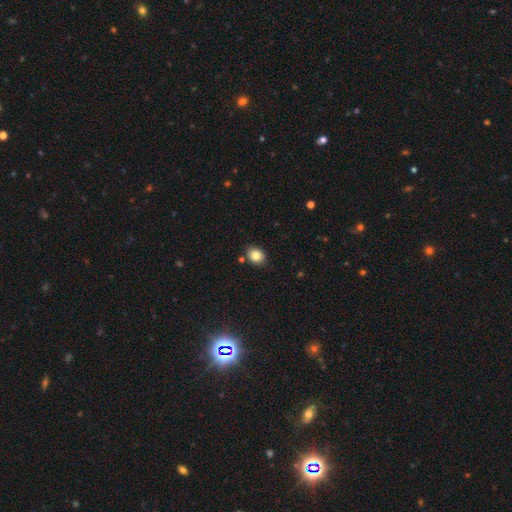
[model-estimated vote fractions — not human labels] This is clearly a smooth galaxy (83%). How rounded: possibly round (53%). Merging: clearly none (84%).